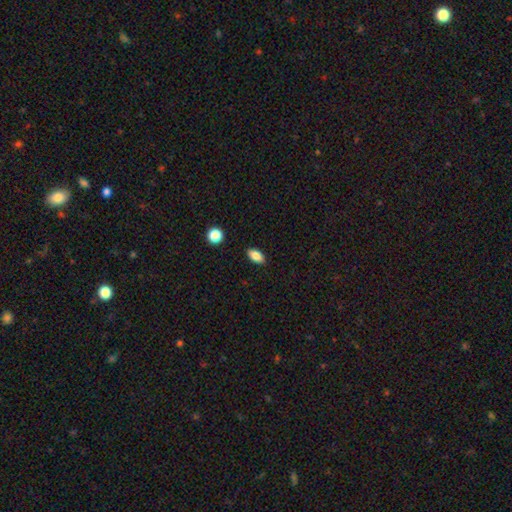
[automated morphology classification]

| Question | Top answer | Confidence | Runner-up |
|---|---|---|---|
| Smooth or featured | smooth | 85% | star or artifact (9%) |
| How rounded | in between | 90% | round (6%) |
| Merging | none | 89% | minor disturbance (8%) |